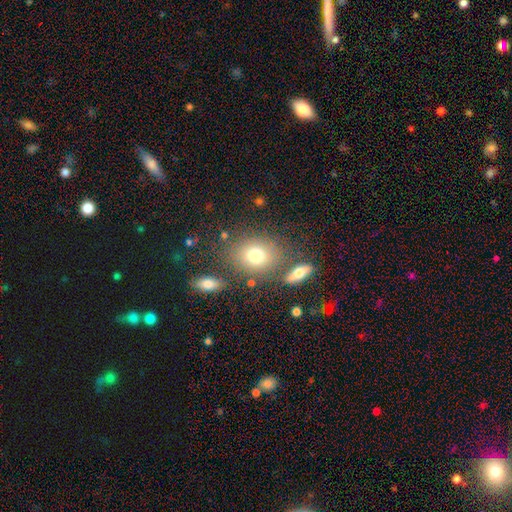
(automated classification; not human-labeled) A smooth galaxy with no disk features (76%) that is round (53%). Merging: none (72%).